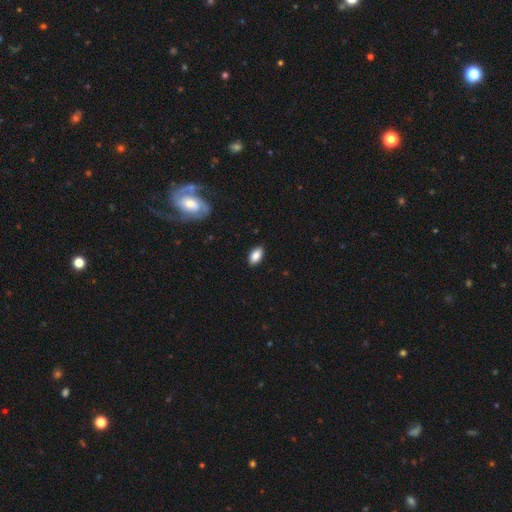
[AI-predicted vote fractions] smooth 87%, star or artifact 7%, featured or disk 6%. Down the decision tree: how rounded — in between (93%); merging — none (89%).